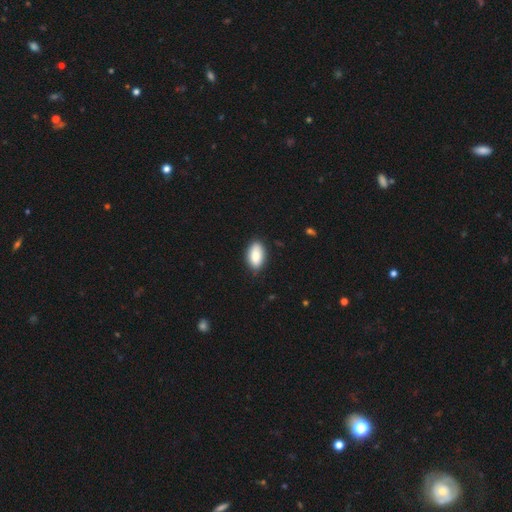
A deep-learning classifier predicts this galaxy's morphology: The model was most divided on "merging": none: 82%, minor disturbance: 14%, major disturbance: 2%, merger: 1%. More confident: how rounded — in between (93%); smooth or featured — smooth (88%).